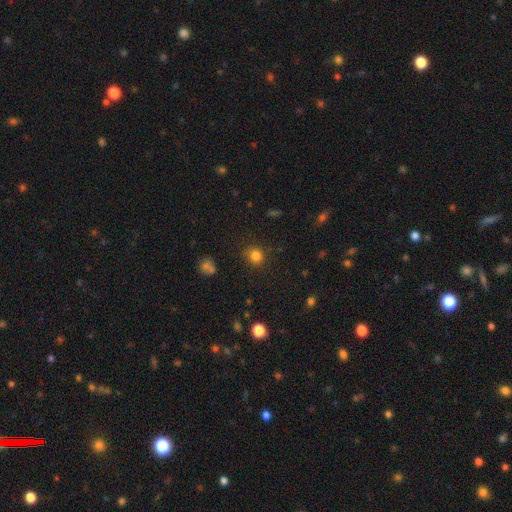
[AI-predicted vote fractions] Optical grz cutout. It shows a smooth galaxy with no disk features (82%) that is round (84%). Merging: none (83%).